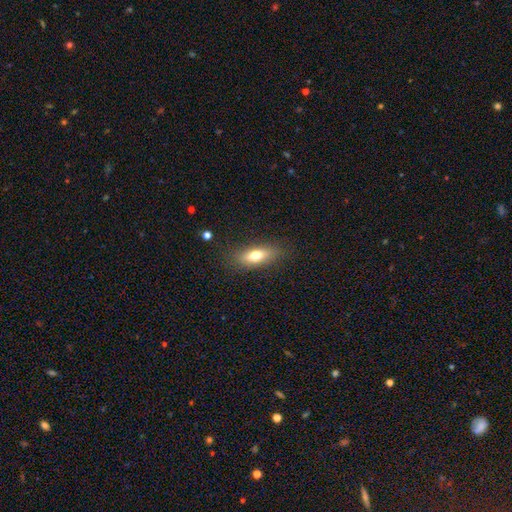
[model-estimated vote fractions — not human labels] Smooth or featured? Predicted: smooth (p=0.70). How rounded? Predicted: in between (p=0.64). Merging? Predicted: none (p=0.84).